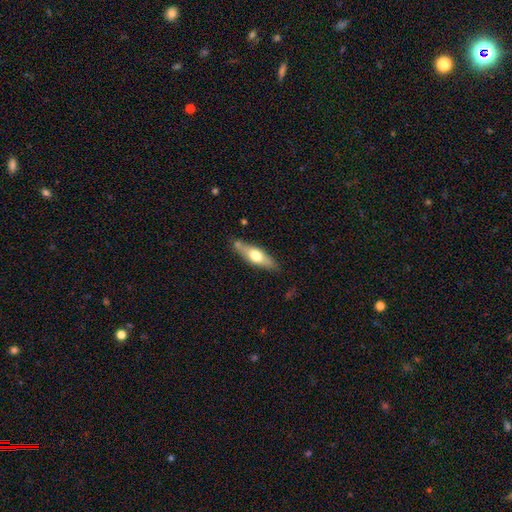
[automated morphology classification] type=smooth (52%); roundness=cigar-shaped (57%); merging=none (75%).